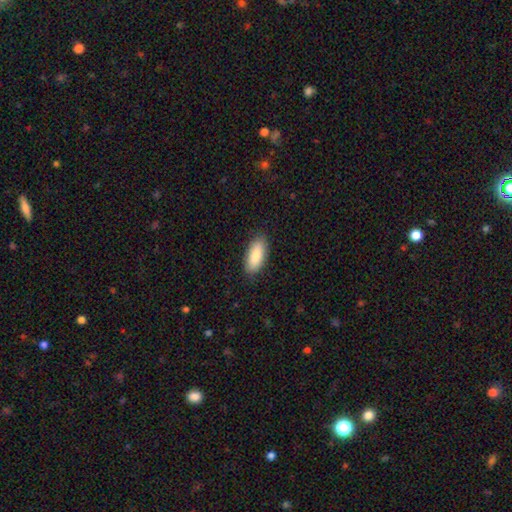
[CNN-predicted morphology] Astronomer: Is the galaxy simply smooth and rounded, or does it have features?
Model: smooth — 85%.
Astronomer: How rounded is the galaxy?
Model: in between — 84%.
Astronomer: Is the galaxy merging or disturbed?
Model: none — 87%.